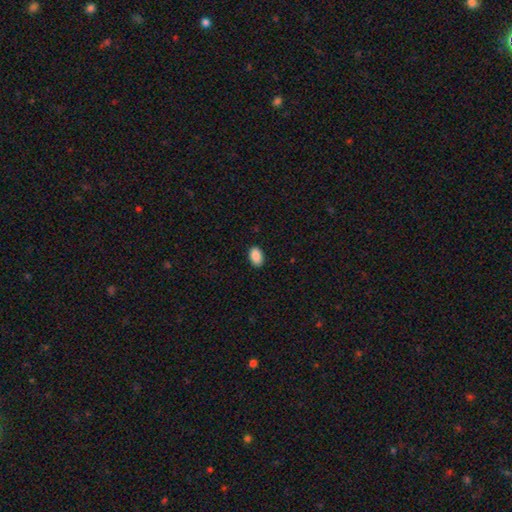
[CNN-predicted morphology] Overall: smooth (90%). How rounded: in between (92%). Merging: none (89%).